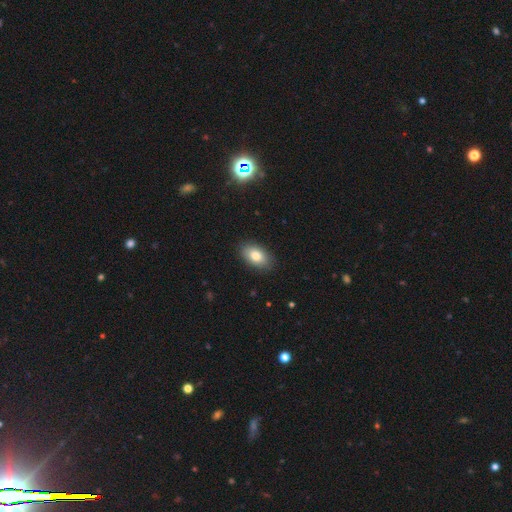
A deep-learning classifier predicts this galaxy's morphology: Q: Smooth or featured?
A: smooth (80%); runner-up: featured or disk (12%)
Q: How rounded?
A: in between (92%); runner-up: round (6%)
Q: Merging?
A: none (87%); runner-up: minor disturbance (10%)